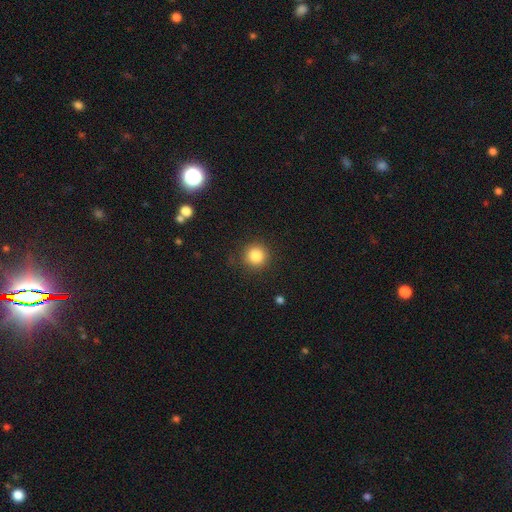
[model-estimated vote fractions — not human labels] Smooth or featured? smooth (84%)
How rounded? round (94%)
Merging? none (88%)